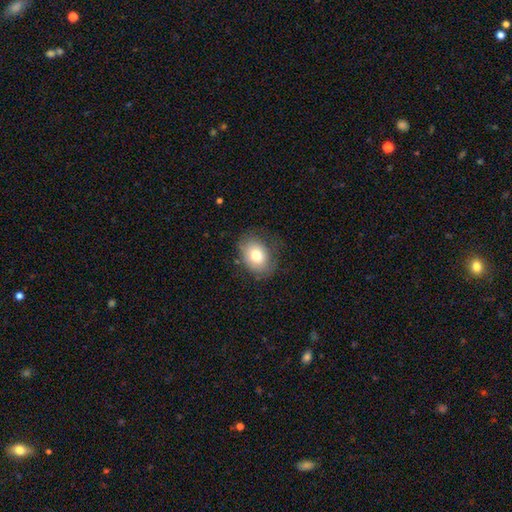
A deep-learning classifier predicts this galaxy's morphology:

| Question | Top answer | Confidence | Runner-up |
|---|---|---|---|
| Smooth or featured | smooth | 75% | featured or disk (15%) |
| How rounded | in between | 65% | round (34%) |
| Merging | none | 71% | minor disturbance (21%) |